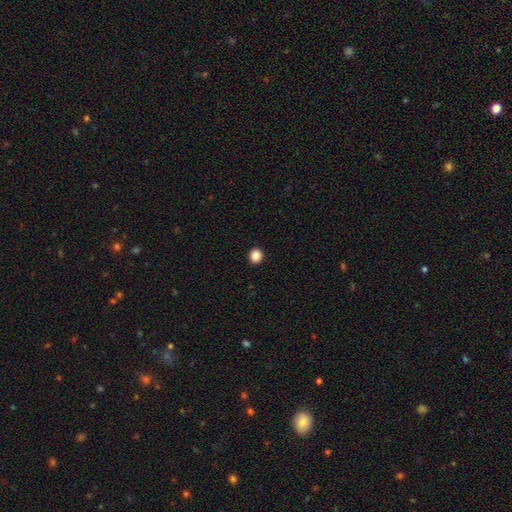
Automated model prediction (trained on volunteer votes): This is clearly a smooth galaxy (88%). How rounded: clearly round (88%). Merging: clearly none (93%).